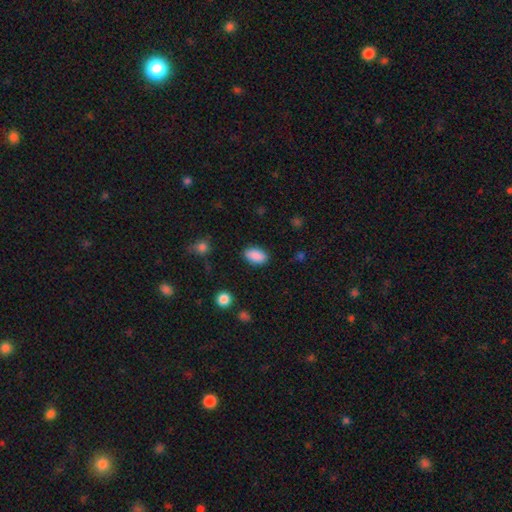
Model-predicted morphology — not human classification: A smooth galaxy with no disk features (89%) that is in between round and cigar-shaped (93%).

Vote fractions:
- Smooth or featured? smooth: 89% / star or artifact: 7% / featured or disk: 3%
- How rounded? in between: 93% / round: 5% / cigar-shaped: 2%
- Merging? none: 87% / minor disturbance: 9% / major disturbance: 3% / merger: 1%